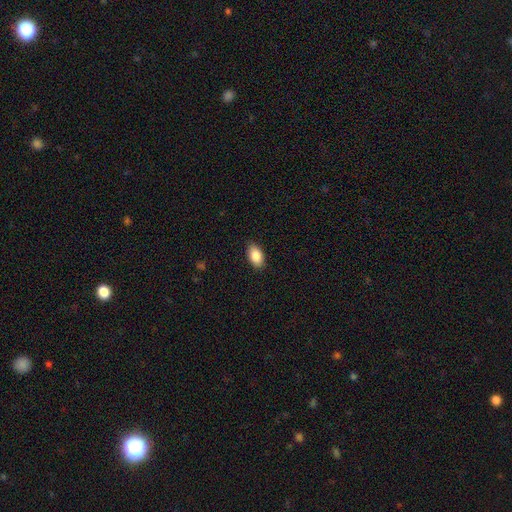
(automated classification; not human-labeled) Morphology: type=smooth (86%); roundness=in between (92%); merging=none (87%).